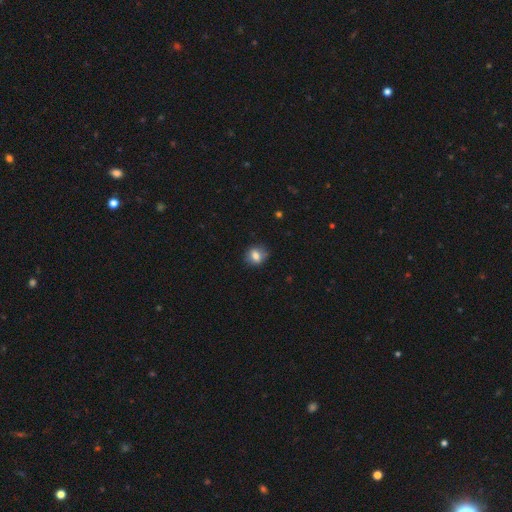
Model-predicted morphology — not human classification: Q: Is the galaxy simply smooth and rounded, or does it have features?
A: smooth — 75%.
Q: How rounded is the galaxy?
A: round — 57%.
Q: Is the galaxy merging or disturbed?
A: none — 82%.